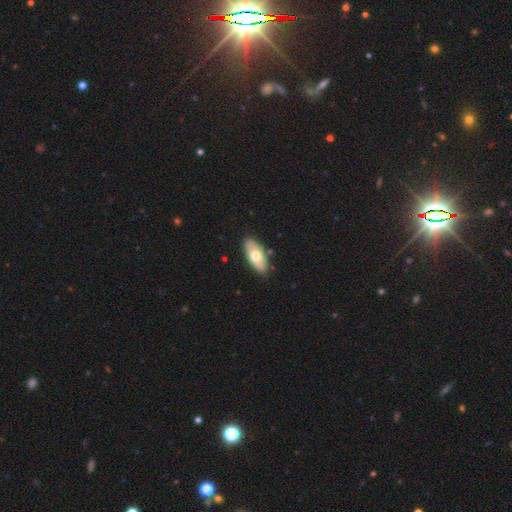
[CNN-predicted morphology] This is likely a smooth galaxy (63%). How rounded: clearly in between (89%). Merging: clearly none (85%).